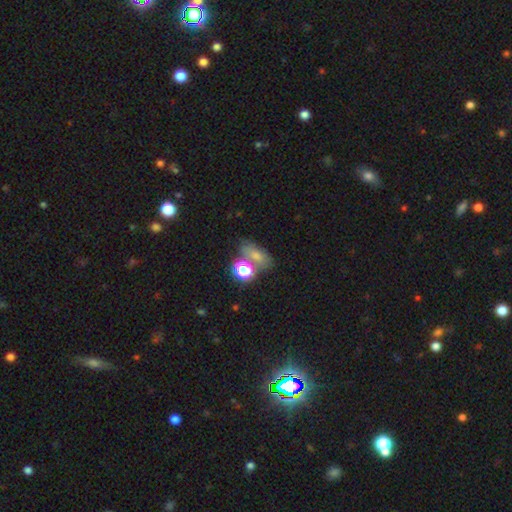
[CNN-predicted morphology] Smooth or featured? Predicted: smooth (p=0.64). How rounded? Predicted: in between (p=0.72). Merging? Predicted: none (p=0.53).